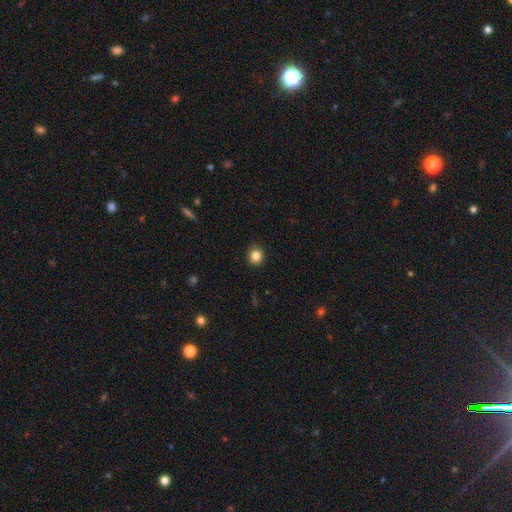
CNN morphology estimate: Overall: smooth (84%). How rounded: round (84%). Merging: none (89%).